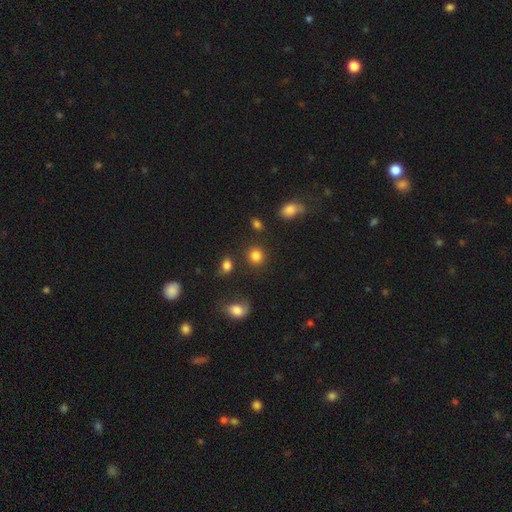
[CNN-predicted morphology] Smooth or featured? Predicted: smooth (p=0.83). How rounded? Predicted: round (p=0.87). Merging? Predicted: none (p=0.82).